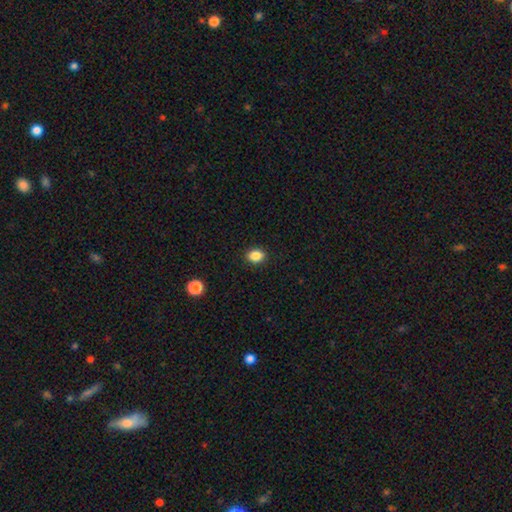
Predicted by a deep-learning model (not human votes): A smooth galaxy with no disk features (87%) that is in between round and cigar-shaped (57%). Merging: none (91%).